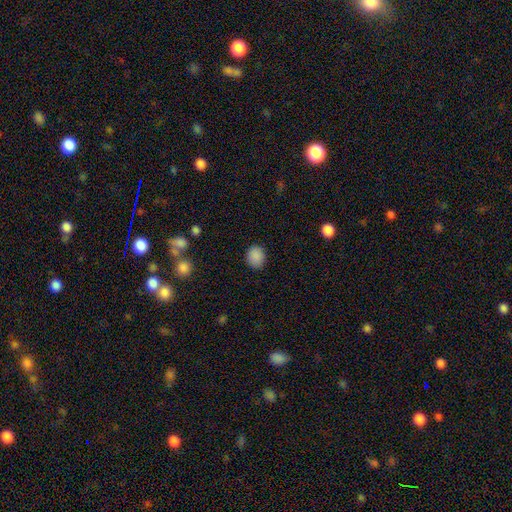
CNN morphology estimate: Smooth or featured? Predicted: smooth (p=0.87). How rounded? Predicted: round (p=0.62). Merging? Predicted: none (p=0.85).